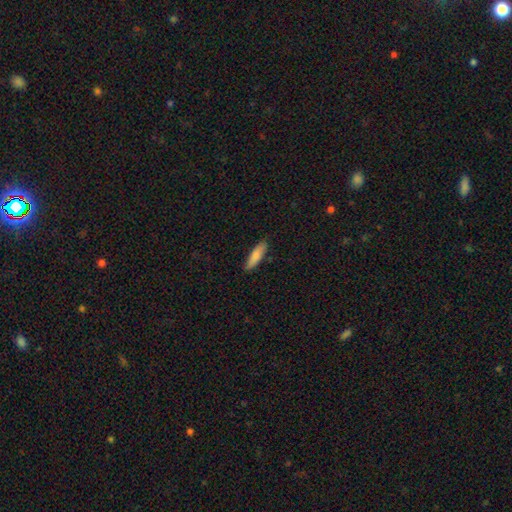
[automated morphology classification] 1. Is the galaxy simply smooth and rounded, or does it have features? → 84% smooth, 10% featured or disk, 5% star or artifact.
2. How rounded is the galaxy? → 65% cigar-shaped, 34% in between, 2% round.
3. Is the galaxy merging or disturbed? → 87% none, 10% minor disturbance, 2% major disturbance, 1% merger.